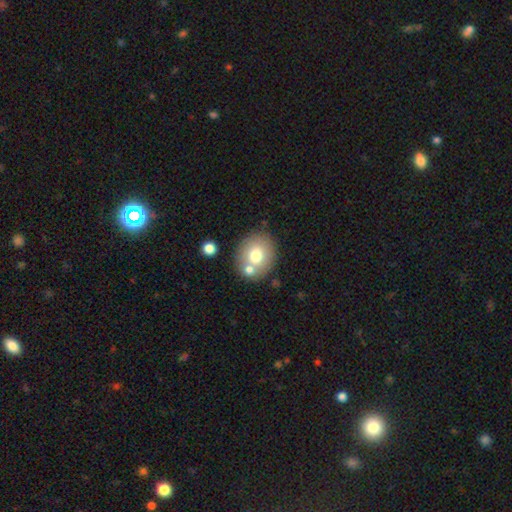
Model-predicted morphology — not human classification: Q: Smooth or featured?
A: smooth (70%); runner-up: featured or disk (20%)
Q: How rounded?
A: round (63%); runner-up: in between (36%)
Q: Merging?
A: none (65%); runner-up: merger (21%)